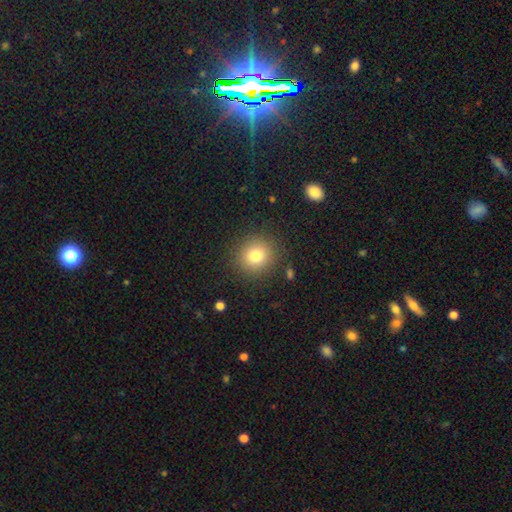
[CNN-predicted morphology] smooth_or_featured: smooth (p=0.78) [alt: star or artifact p=0.12]
how_rounded: round (p=0.91) [alt: in between p=0.09]
merging: none (p=0.88) [alt: minor disturbance p=0.07]